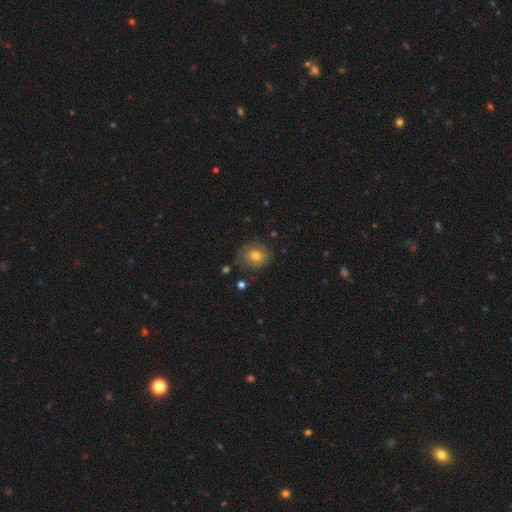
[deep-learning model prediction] Smooth or featured? Predicted: smooth (p=0.67). How rounded? Predicted: round (p=0.79). Merging? Predicted: none (p=0.72).